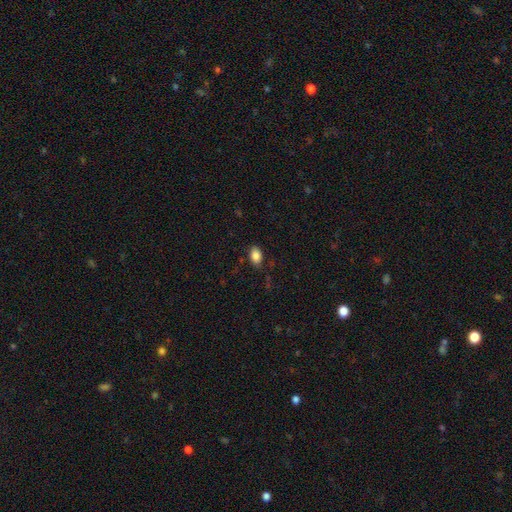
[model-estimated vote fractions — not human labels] Overall: smooth (86%). How rounded: in between (87%). Merging: none (82%).